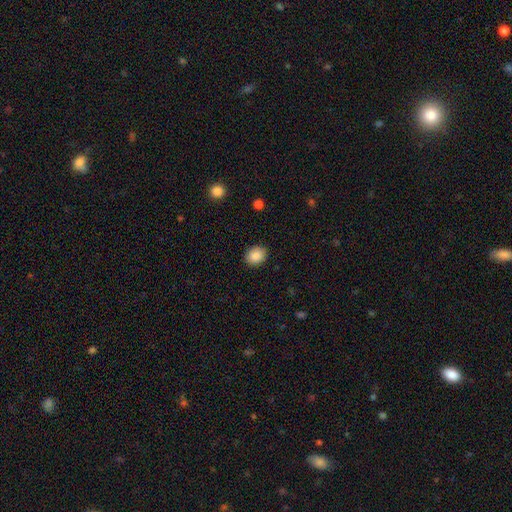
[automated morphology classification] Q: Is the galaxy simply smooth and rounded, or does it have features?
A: smooth — 87%.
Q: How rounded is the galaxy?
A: round — 51%.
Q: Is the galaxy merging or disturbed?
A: none — 90%.